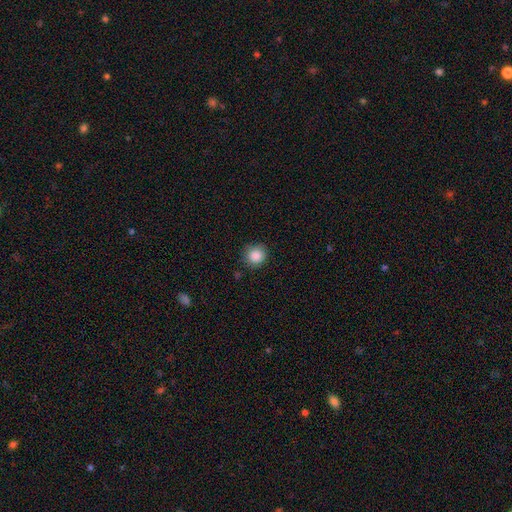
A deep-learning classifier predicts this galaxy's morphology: Smooth or featured: smooth — 88% (star or artifact — 9%)
How rounded: round — 90% (in between — 9%)
Merging: none — 86% (minor disturbance — 10%)